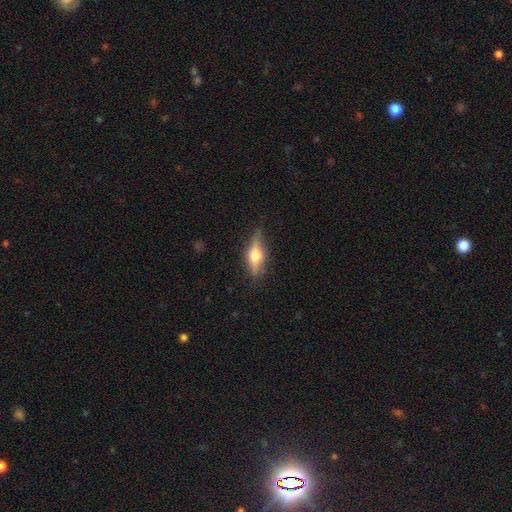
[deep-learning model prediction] Morphology: type=featured or disk (59%); edge-on=yes (93%); edge-on bulge=rounded (94%); merging=none (83%).